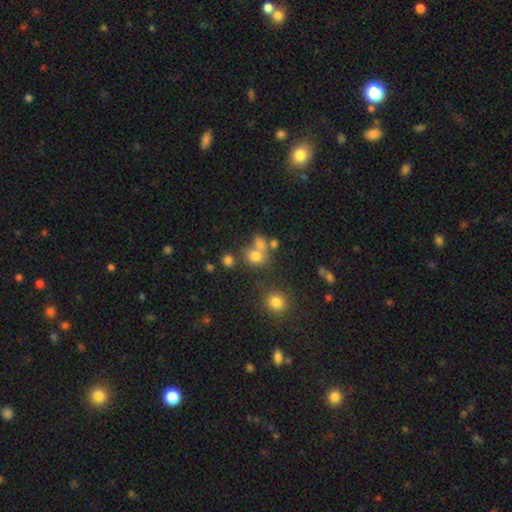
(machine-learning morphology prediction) Smooth or featured? smooth (72%)
How rounded? round (69%)
Merging? none (48%)